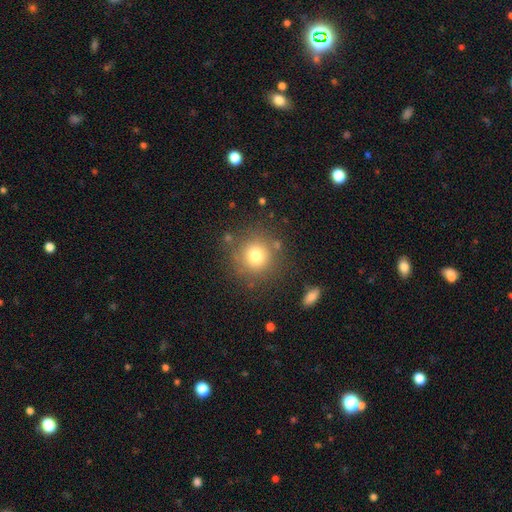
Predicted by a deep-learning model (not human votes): Smooth or featured? smooth (75%)
How rounded? round (93%)
Merging? none (81%)